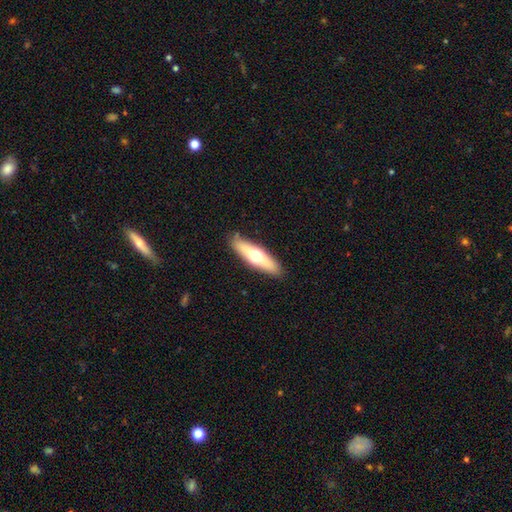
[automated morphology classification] smooth-or-featured: smooth: 49% | featured or disk: 45% | star or artifact: 6%
  merging: none: 87% | minor disturbance: 10% | major disturbance: 2% | merger: 1%